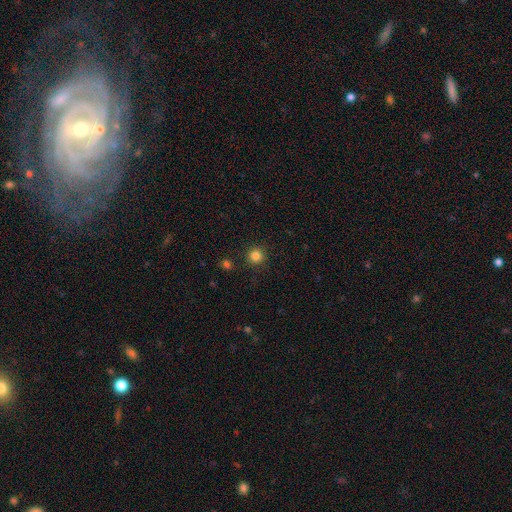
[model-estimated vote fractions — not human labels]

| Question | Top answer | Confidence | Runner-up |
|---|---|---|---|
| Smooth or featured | smooth | 83% | star or artifact (13%) |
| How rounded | round | 95% | in between (5%) |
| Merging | none | 91% | minor disturbance (5%) |